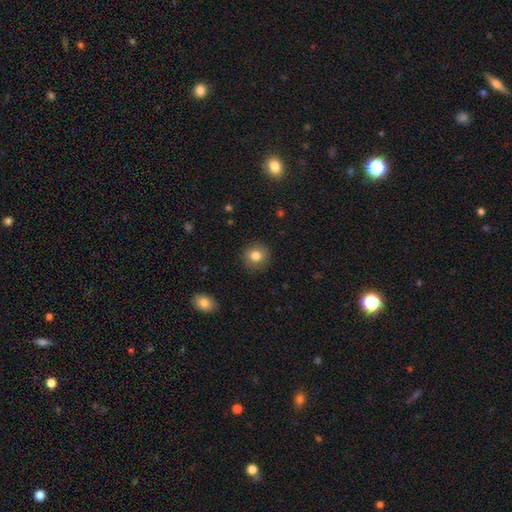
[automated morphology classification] The model was most divided on "smooth or featured": smooth: 82%, star or artifact: 10%, featured or disk: 8%. More confident: merging — none (89%); how rounded — round (88%).